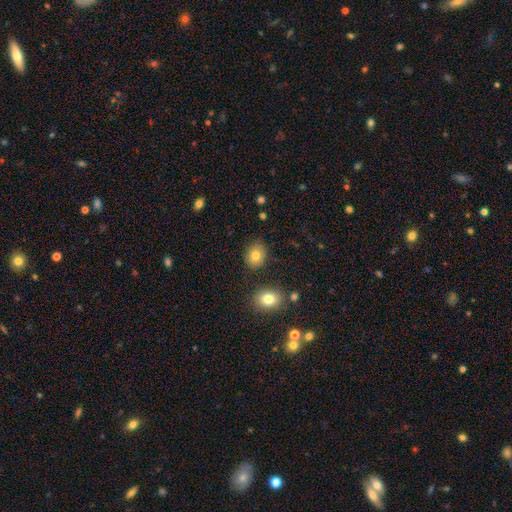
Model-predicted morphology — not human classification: smooth-or-featured: smooth: 80% | featured or disk: 11% | star or artifact: 10%
  how-rounded: in between: 55% | round: 45% | cigar-shaped: 1%
  merging: none: 82% | minor disturbance: 11% | merger: 3% | major disturbance: 3%